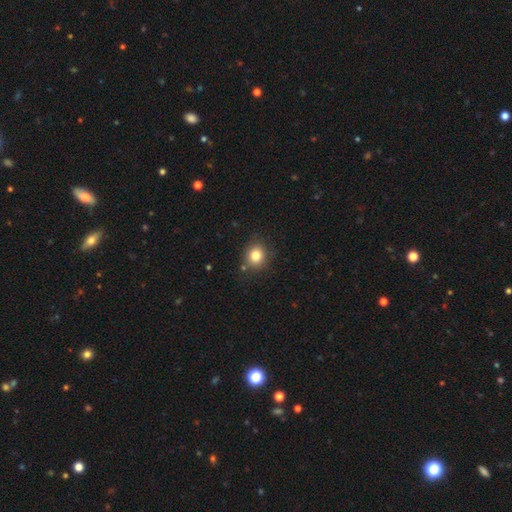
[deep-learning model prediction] Smooth or featured? smooth (81%)
How rounded? round (79%)
Merging? none (82%)